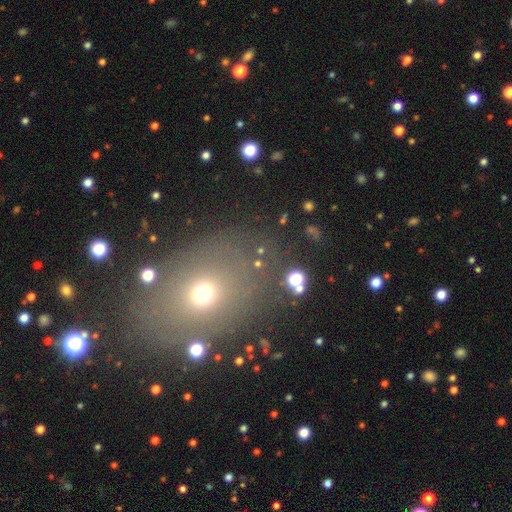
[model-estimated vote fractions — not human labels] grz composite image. It shows a smooth galaxy with no disk features (55%) that is in between round and cigar-shaped (58%). Merging: none (83%).